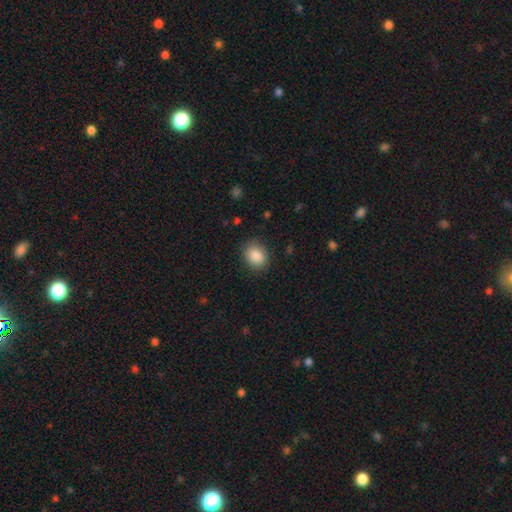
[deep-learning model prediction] smooth 88%, star or artifact 8%, featured or disk 4%. Down the decision tree: how rounded — round (50%); merging — none (86%).